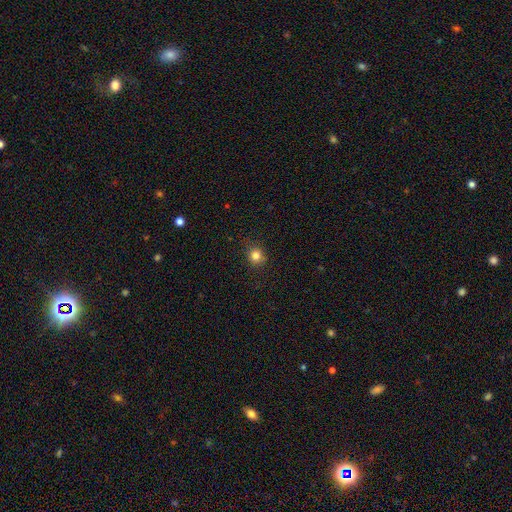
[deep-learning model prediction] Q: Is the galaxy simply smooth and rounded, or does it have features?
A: smooth — 82%.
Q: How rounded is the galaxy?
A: round — 86%.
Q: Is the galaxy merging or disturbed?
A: none — 86%.